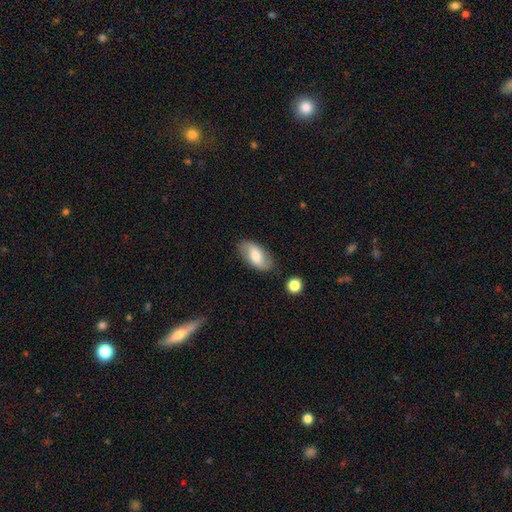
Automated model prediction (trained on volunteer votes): Smooth or featured: smooth — 59% (featured or disk — 35%)
How rounded: in between — 92% (cigar-shaped — 4%)
Merging: none — 79% (minor disturbance — 15%)